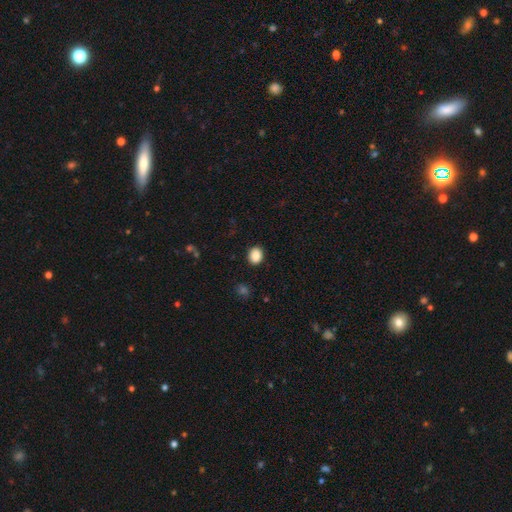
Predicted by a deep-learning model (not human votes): smooth-or-featured: smooth: 88% | star or artifact: 9% | featured or disk: 3%
  how-rounded: round: 54% | in between: 45% | cigar-shaped: 1%
  merging: none: 89% | minor disturbance: 8% | major disturbance: 2% | merger: 1%